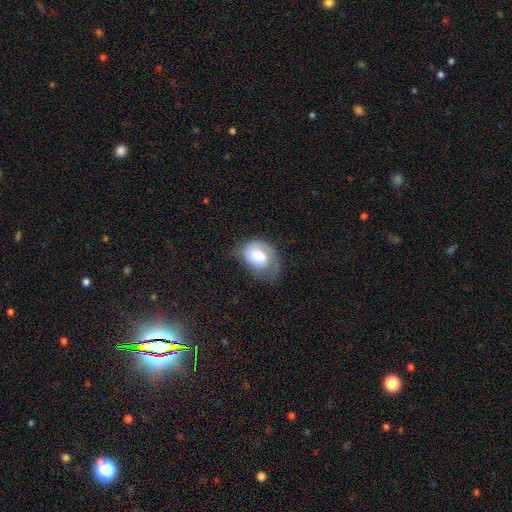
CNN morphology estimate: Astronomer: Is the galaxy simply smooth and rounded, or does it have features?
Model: smooth — 54% (runner-up: featured or disk, 39%).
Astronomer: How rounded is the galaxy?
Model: in between — 73%.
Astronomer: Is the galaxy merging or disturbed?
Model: none — 35%, tied with minor disturbance at 35%.